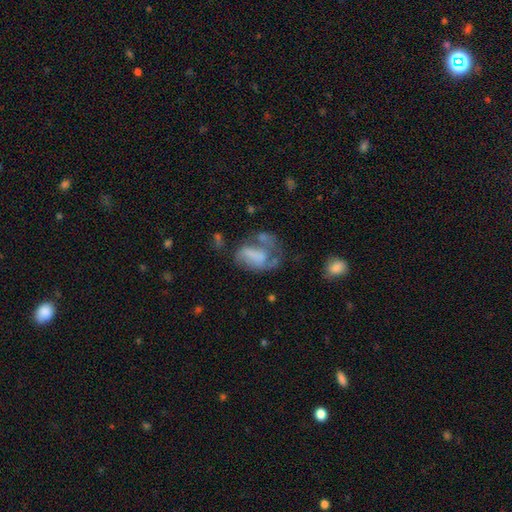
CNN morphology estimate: Smooth or featured? featured or disk (45%)
Merging? major disturbance (41%)